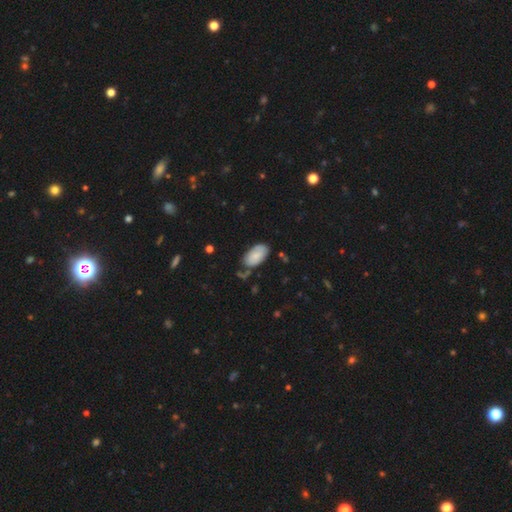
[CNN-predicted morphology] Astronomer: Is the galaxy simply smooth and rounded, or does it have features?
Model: smooth — 78%.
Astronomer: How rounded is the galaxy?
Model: in between — 95%.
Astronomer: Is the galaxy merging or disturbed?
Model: none — 64%.